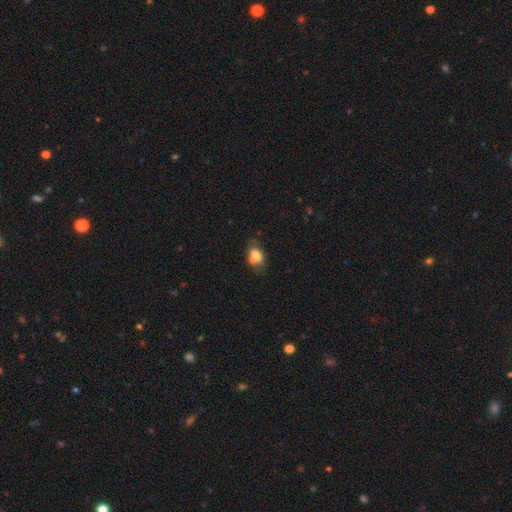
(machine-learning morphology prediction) A smooth galaxy with no disk features (71%) that is in between round and cigar-shaped (77%). Merging: none (45%).